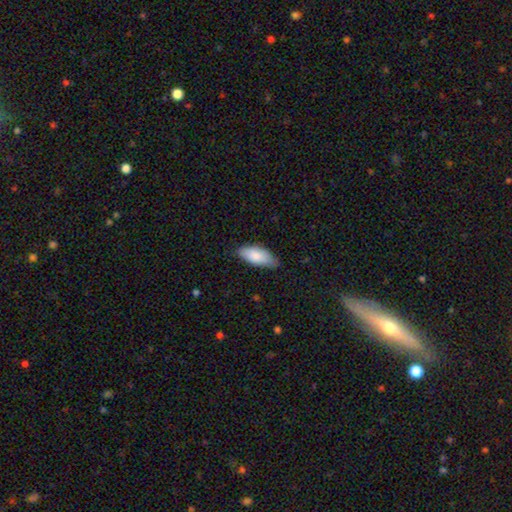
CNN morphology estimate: The model was most divided on "merging": none: 72%, minor disturbance: 24%, major disturbance: 3%, merger: 1%. More confident: how rounded — in between (84%); smooth or featured — smooth (84%).